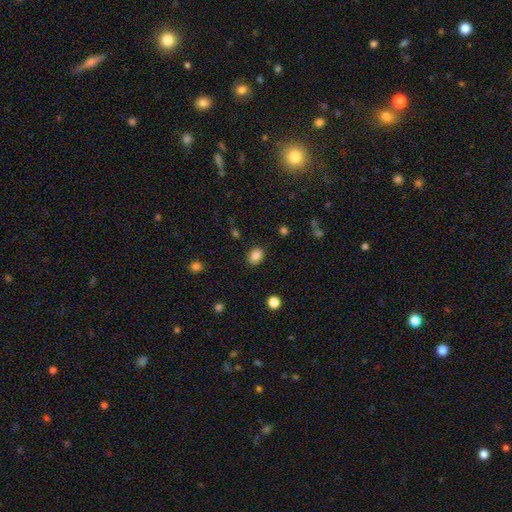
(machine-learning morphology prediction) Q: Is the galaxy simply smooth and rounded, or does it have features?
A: smooth — 86%.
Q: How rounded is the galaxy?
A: in between — 64%.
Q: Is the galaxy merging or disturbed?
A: none — 86%.